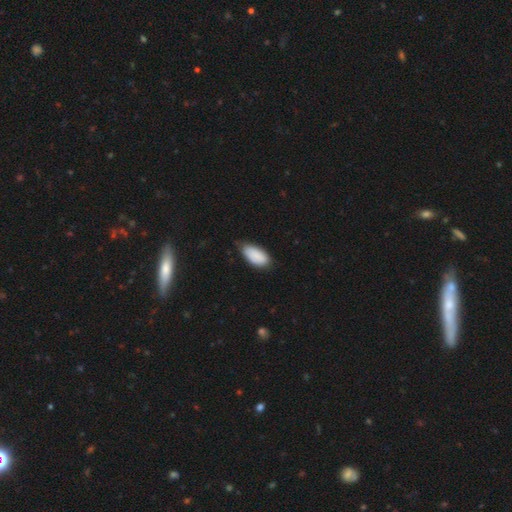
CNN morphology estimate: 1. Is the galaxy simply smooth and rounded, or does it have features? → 89% smooth, 6% star or artifact, 5% featured or disk.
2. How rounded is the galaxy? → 94% in between, 4% cigar-shaped, 2% round.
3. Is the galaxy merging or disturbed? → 62% none, 32% minor disturbance, 5% major disturbance, 1% merger.